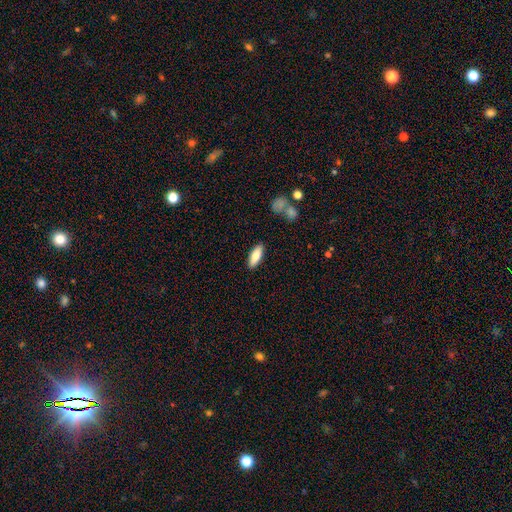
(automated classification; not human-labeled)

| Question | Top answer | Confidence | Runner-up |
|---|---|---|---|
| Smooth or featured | smooth | 75% | featured or disk (18%) |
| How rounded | in between | 67% | cigar-shaped (31%) |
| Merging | none | 88% | minor disturbance (8%) |